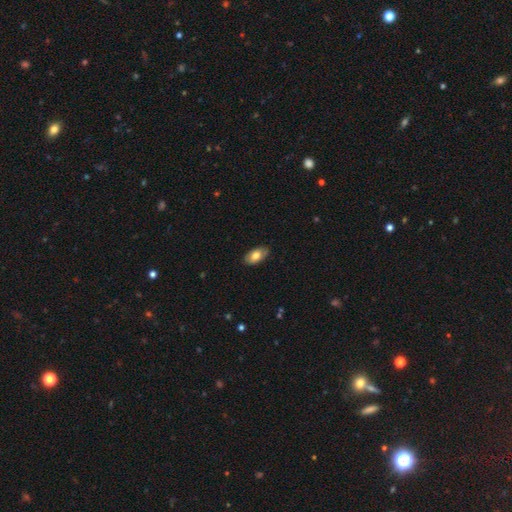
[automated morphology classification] smooth-or-featured: smooth: 72% | featured or disk: 22% | star or artifact: 6%
  how-rounded: in between: 93% | round: 4% | cigar-shaped: 3%
  merging: none: 84% | minor disturbance: 13% | major disturbance: 2% | merger: 1%